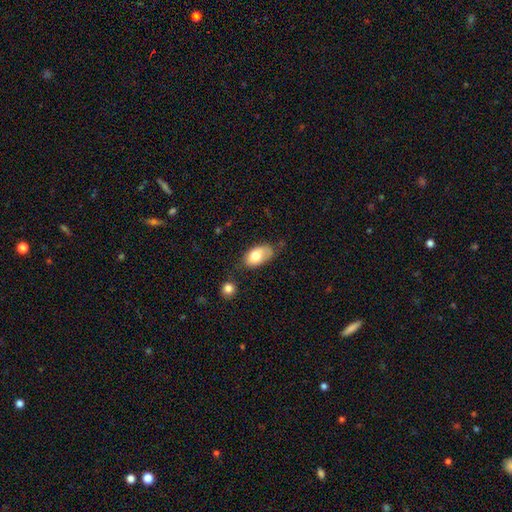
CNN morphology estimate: A smooth galaxy with no disk features (76%) that is in between round and cigar-shaped (93%).

Vote fractions:
- Smooth or featured? smooth: 76% / featured or disk: 17% / star or artifact: 7%
- How rounded? in between: 93% / round: 5% / cigar-shaped: 2%
- Merging? none: 49% / minor disturbance: 33% / major disturbance: 11% / merger: 7%